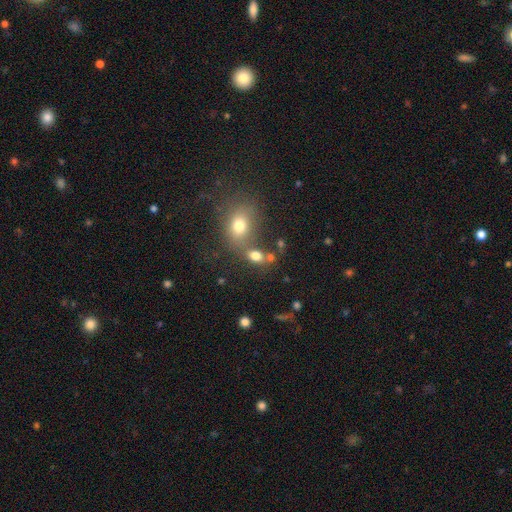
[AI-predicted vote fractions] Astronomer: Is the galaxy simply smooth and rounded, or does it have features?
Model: smooth — 76%.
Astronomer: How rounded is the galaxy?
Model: in between — 67%.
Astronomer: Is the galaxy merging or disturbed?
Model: none — 44% (runner-up: merger, 38%).